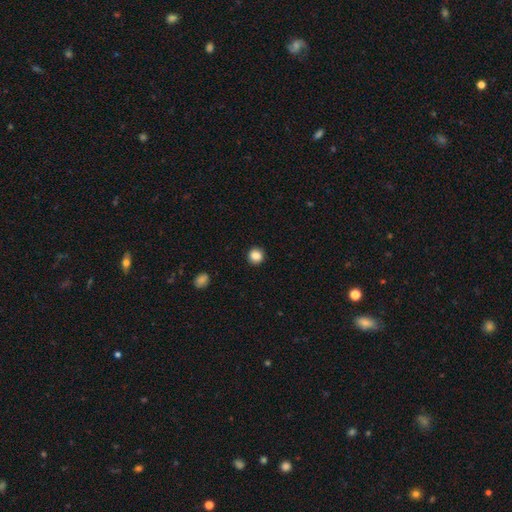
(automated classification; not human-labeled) A smooth galaxy with no disk features (87%) that is round (92%). Merging: none (91%).